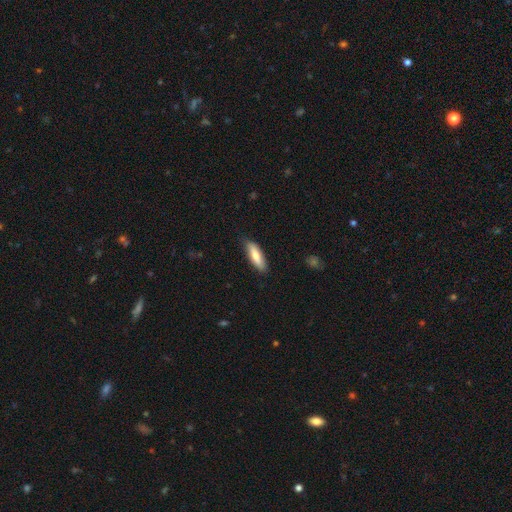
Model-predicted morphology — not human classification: Smooth or featured: smooth — 78% (featured or disk — 17%)
How rounded: cigar-shaped — 52% (in between — 46%)
Merging: none — 83% (minor disturbance — 14%)